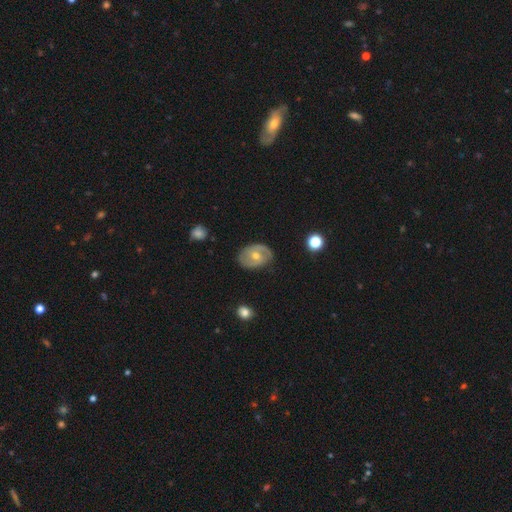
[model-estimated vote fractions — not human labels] Morphology: type=featured or disk (69%); edge-on=no (95%); bar=no (61%); spiral arms=yes (76%); winding=tight (47%); arm count=2 (66%); bulge=moderate (59%); merging=none (74%).